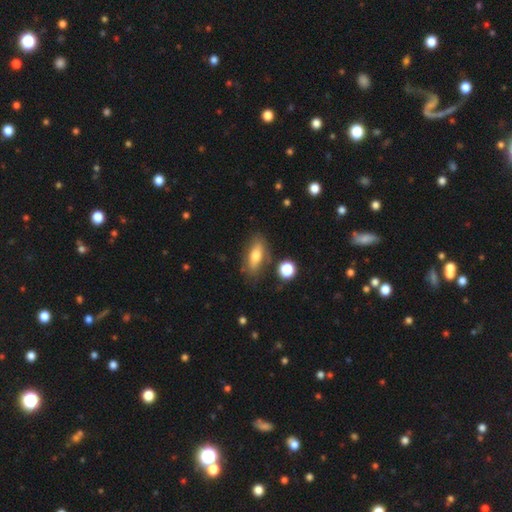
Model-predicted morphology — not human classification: Smooth or featured?
  - smooth: 64% *
  - featured or disk: 28%
  - star or artifact: 8%
How rounded?
  - in between: 73% *
  - cigar-shaped: 22%
  - round: 5%
Merging?
  - none: 73% *
  - minor disturbance: 17%
  - major disturbance: 5%
  - merger: 5%